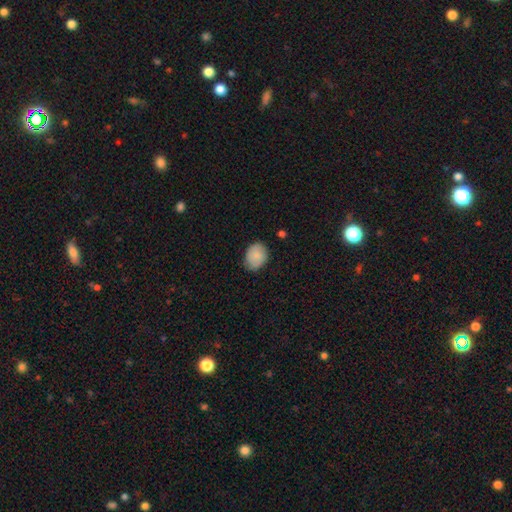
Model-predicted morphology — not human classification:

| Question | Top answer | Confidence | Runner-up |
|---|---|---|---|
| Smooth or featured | smooth | 84% | featured or disk (9%) |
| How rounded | in between | 58% | round (41%) |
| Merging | none | 80% | minor disturbance (16%) |